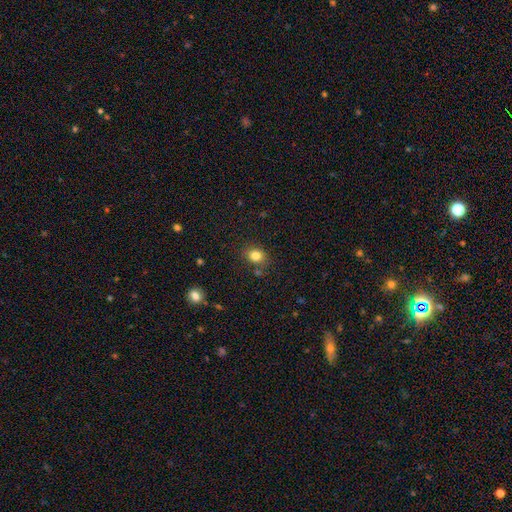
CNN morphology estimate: Smooth or featured?
  - smooth: 82% *
  - star or artifact: 12%
  - featured or disk: 6%
How rounded?
  - round: 54% *
  - in between: 45%
  - cigar-shaped: 1%
Merging?
  - none: 81% *
  - minor disturbance: 12%
  - merger: 4%
  - major disturbance: 3%